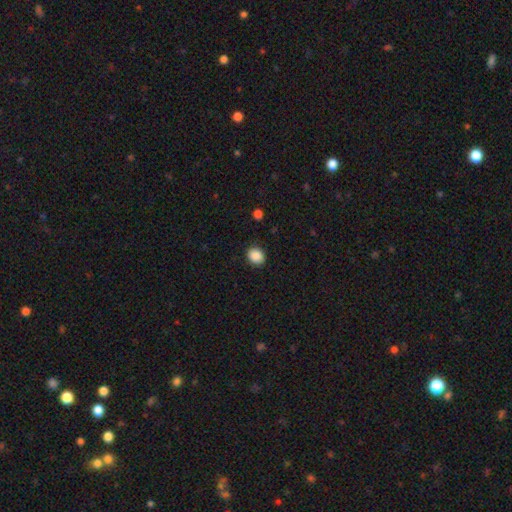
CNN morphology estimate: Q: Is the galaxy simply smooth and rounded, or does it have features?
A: smooth — 89%.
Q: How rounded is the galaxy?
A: round — 66%.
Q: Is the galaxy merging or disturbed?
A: none — 89%.